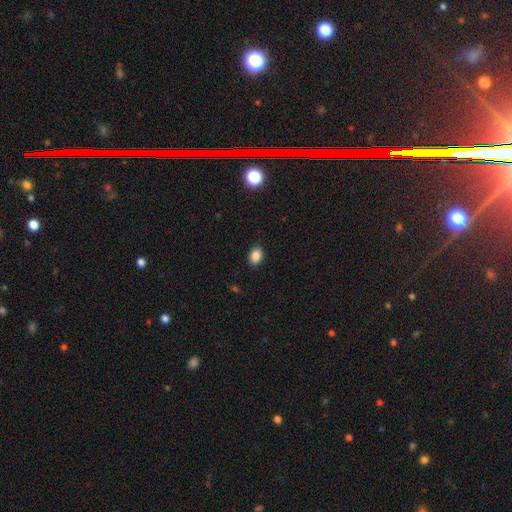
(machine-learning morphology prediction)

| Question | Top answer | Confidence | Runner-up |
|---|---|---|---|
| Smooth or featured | smooth | 87% | star or artifact (10%) |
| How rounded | in between | 76% | round (23%) |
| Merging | none | 88% | minor disturbance (9%) |